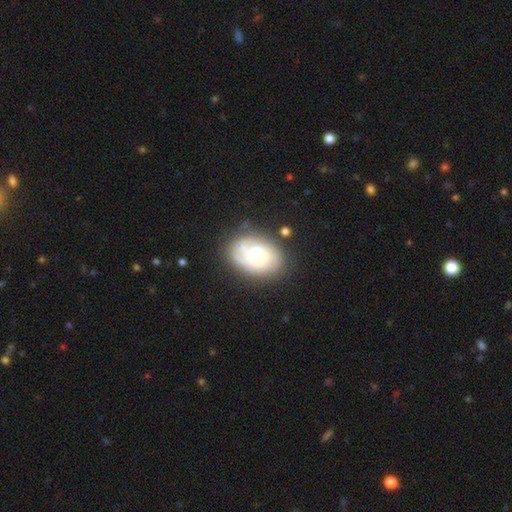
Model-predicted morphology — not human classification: smooth-or-featured: featured or disk: 56% | smooth: 36% | star or artifact: 8%
  disk-edge-on: no: 97% | yes: 3%
    bar: no: 79% | weak: 18% | strong: 3%
    has-spiral-arms: yes: 81% | no: 19%
    bulge-size: small: 60% | moderate: 25% | large: 7% | none: 5% | dominant: 3%
  merging: none: 68% | minor disturbance: 20% | major disturbance: 9% | merger: 4%